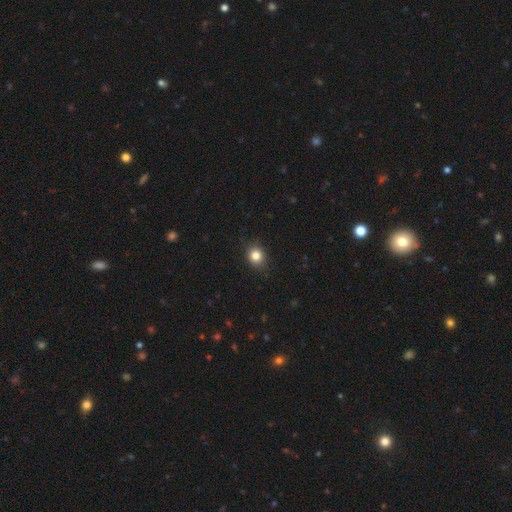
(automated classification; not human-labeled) smooth-or-featured: smooth: 83% | star or artifact: 11% | featured or disk: 6%
  how-rounded: round: 70% | in between: 29% | cigar-shaped: 1%
  merging: none: 84% | minor disturbance: 12% | major disturbance: 2% | merger: 1%